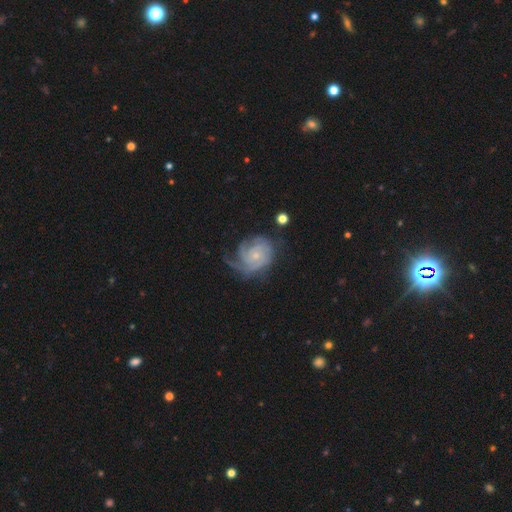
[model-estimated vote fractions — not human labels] A featured or disk galaxy (83%) with no bar (74%), tight (61%) spiral arms (95%) and a small central bulge (74%).

Vote fractions:
- Smooth or featured? featured or disk: 83% / smooth: 11% / star or artifact: 6%
- Edge-on disk? no: 98% / yes: 2%
- Bar? no: 74% / weak: 22% / strong: 4%
- Spiral arms? yes: 95% / no: 5%
- Spiral winding? tight: 61% / medium: 29% / loose: 9%
- Spiral arm count? can't tell: 28% / 3: 27% / 2: 16% / 4: 15% / 1: 8% / more than 4: 7%
- Bulge size? small: 74% / moderate: 20% / none: 4% / large: 1% / dominant: 1%
- Merging? none: 56% / minor disturbance: 23% / major disturbance: 19% / merger: 2%